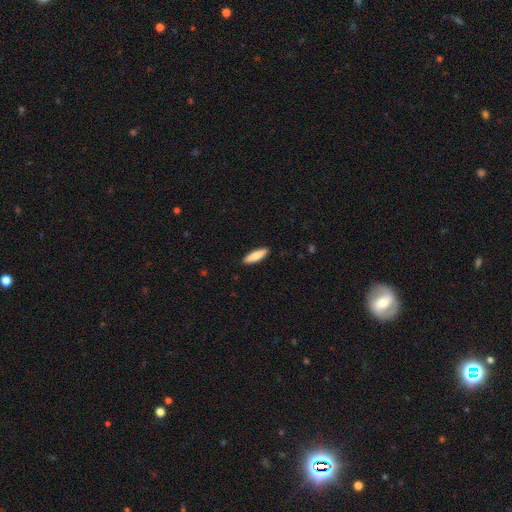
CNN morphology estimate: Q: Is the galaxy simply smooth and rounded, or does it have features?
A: smooth — 81%.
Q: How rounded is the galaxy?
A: cigar-shaped — 66%.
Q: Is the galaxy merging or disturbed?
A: none — 91%.